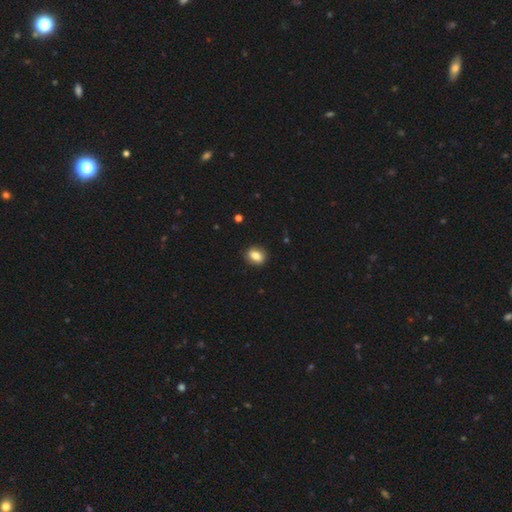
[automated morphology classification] Q: Smooth or featured?
A: smooth (82%); runner-up: featured or disk (10%)
Q: How rounded?
A: in between (66%); runner-up: round (32%)
Q: Merging?
A: none (87%); runner-up: minor disturbance (10%)